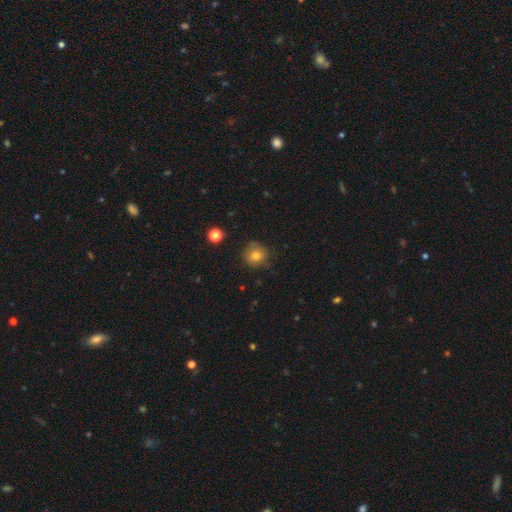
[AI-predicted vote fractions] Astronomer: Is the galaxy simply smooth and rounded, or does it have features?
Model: smooth — 76%.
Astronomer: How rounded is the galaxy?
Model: round — 87%.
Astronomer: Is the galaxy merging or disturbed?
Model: none — 72%.